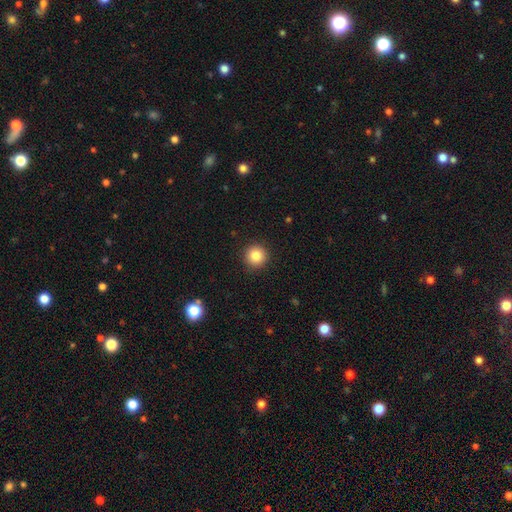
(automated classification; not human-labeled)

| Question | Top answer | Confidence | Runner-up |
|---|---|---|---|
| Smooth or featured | smooth | 85% | star or artifact (10%) |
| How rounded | round | 95% | in between (4%) |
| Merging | none | 92% | minor disturbance (5%) |